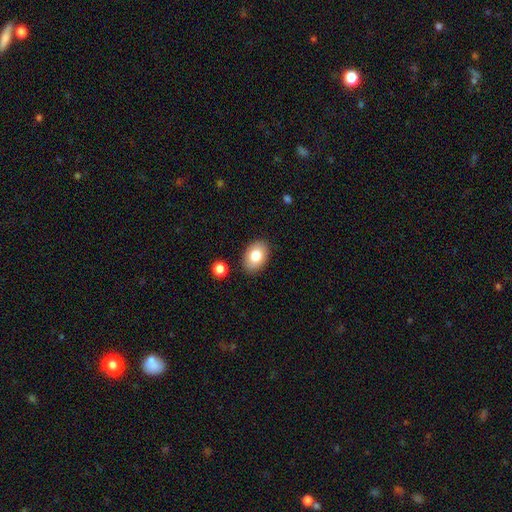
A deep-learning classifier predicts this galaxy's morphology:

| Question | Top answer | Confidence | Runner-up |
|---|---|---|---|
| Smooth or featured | smooth | 82% | featured or disk (10%) |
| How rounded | in between | 85% | round (14%) |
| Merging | none | 86% | minor disturbance (9%) |